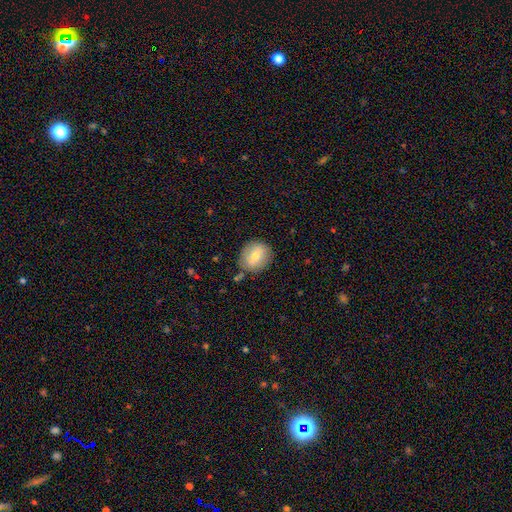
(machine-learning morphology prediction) smooth_or_featured: smooth (p=0.68) [alt: featured or disk p=0.24]
how_rounded: round (p=0.73) [alt: in between p=0.26]
merging: none (p=0.82) [alt: minor disturbance p=0.12]